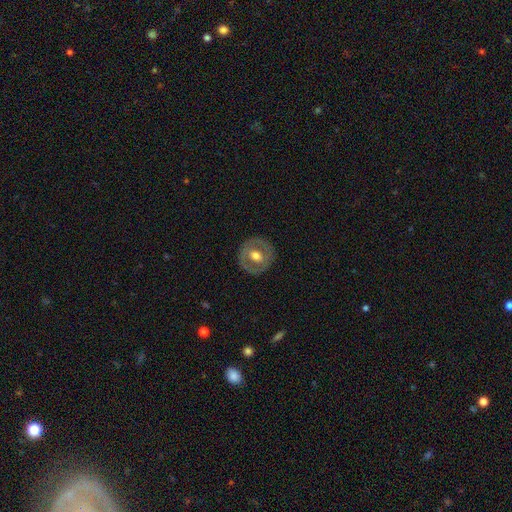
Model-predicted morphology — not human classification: type=featured or disk (53%); edge-on=no (94%); bar=no (58%); spiral arms=no (84%); bulge=moderate (71%); merging=none (86%).